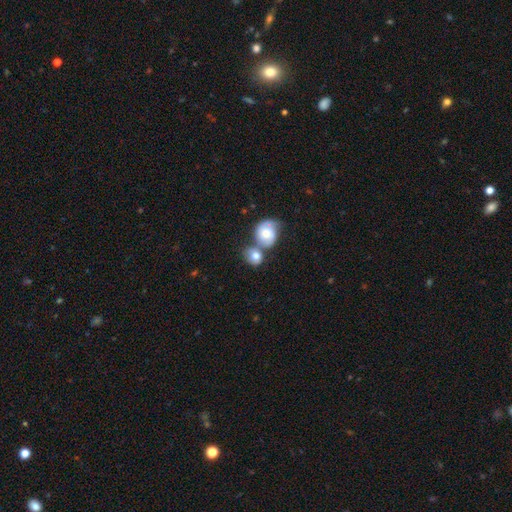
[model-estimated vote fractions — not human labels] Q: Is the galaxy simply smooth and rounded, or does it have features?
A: smooth — 70%.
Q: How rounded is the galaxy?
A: round — 67%.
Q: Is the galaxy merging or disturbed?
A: merger — 52%.